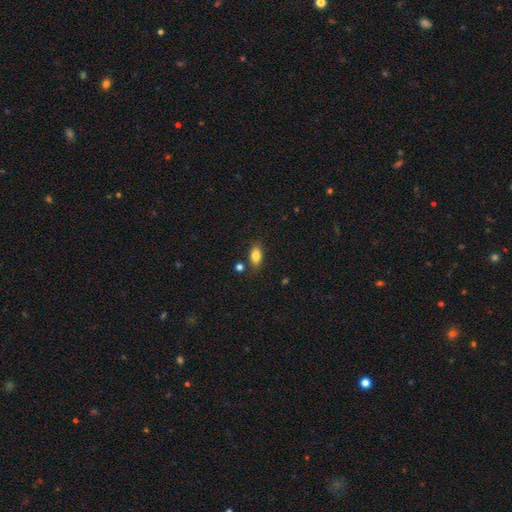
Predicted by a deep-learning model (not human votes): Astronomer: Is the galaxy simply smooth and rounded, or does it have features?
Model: smooth — 84%.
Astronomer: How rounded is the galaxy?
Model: in between — 88%.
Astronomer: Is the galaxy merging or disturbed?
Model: none — 80%.